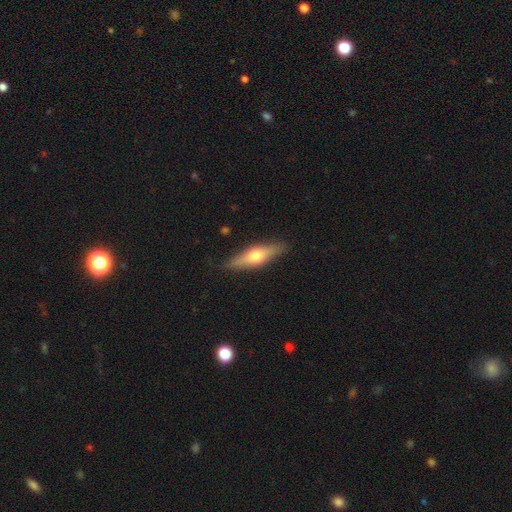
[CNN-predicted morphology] smooth-or-featured: featured or disk: 51% | smooth: 43% | star or artifact: 6%
  disk-edge-on: yes: 91% | no: 9%
  merging: none: 87% | minor disturbance: 10% | major disturbance: 2% | merger: 1%